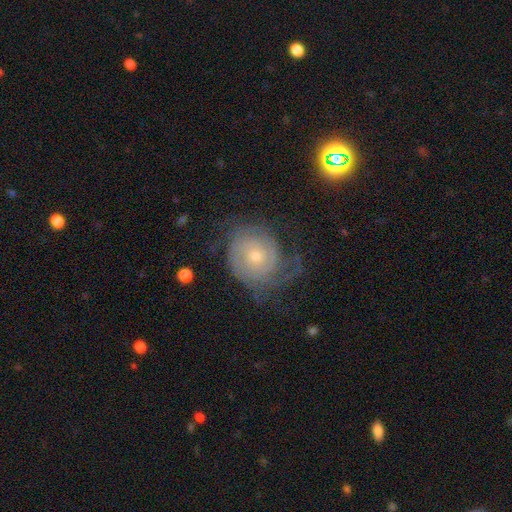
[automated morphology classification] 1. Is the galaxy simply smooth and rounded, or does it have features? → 77% featured or disk, 15% smooth, 8% star or artifact.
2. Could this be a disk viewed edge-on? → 97% no, 3% yes.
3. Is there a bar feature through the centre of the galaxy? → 77% no, 20% weak, 3% strong.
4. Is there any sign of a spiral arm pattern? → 93% yes, 7% no.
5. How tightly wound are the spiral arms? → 68% tight, 24% medium, 8% loose.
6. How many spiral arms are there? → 38% can't tell, 29% 2, 15% 3, 7% 1, 6% 4, 4% more than 4.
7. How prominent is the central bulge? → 56% small, 40% moderate, 2% large, 1% none, 1% dominant.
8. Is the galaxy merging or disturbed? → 60% none, 22% minor disturbance, 17% major disturbance, 1% merger.